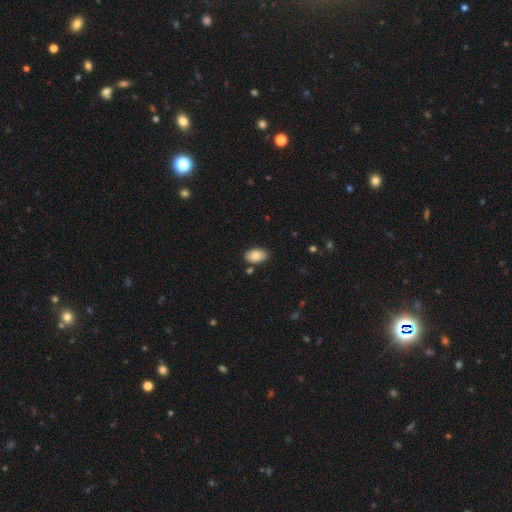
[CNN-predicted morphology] Q: Smooth or featured?
A: smooth (84%); runner-up: featured or disk (10%)
Q: How rounded?
A: in between (92%); runner-up: round (6%)
Q: Merging?
A: none (83%); runner-up: minor disturbance (11%)